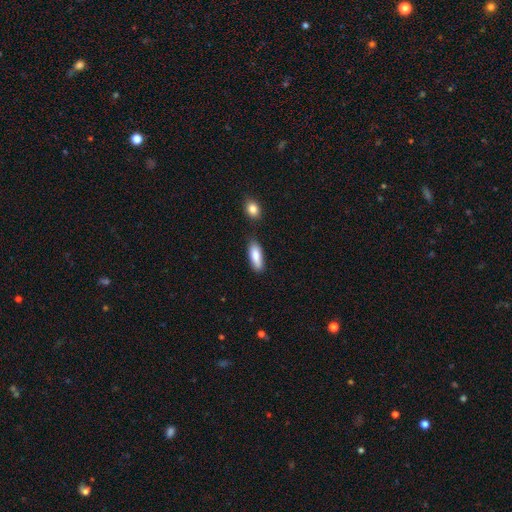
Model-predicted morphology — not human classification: A smooth galaxy with no disk features (84%) that is in between round and cigar-shaped (66%).

Vote fractions:
- Smooth or featured? smooth: 84% / featured or disk: 10% / star or artifact: 6%
- How rounded? in between: 66% / cigar-shaped: 32% / round: 2%
- Merging? none: 72% / minor disturbance: 18% / merger: 7% / major disturbance: 4%